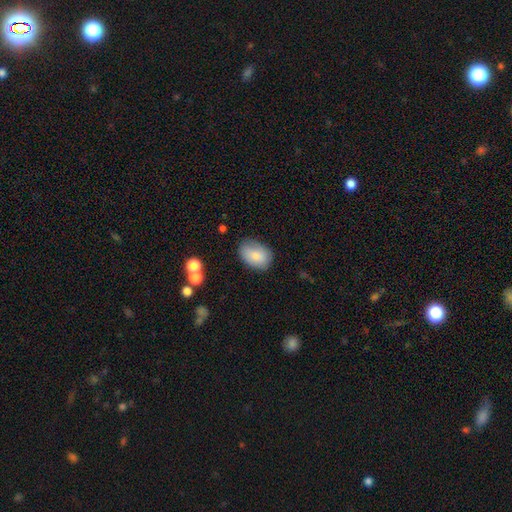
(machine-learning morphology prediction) Overall: smooth (79%). How rounded: in between (82%). Merging: none (72%).